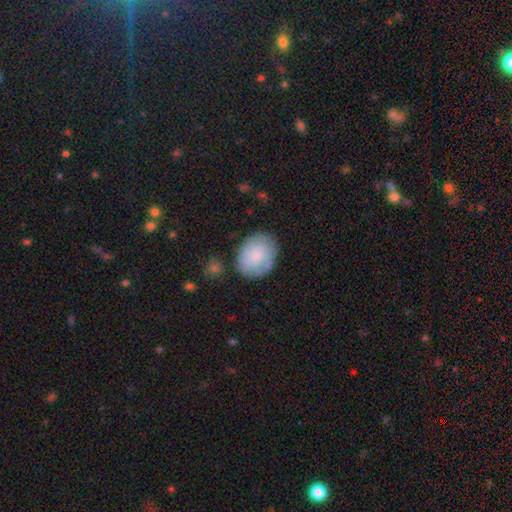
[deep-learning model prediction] Q: Smooth or featured?
A: smooth (71%); runner-up: featured or disk (22%)
Q: How rounded?
A: in between (62%); runner-up: round (38%)
Q: Merging?
A: none (71%); runner-up: minor disturbance (19%)